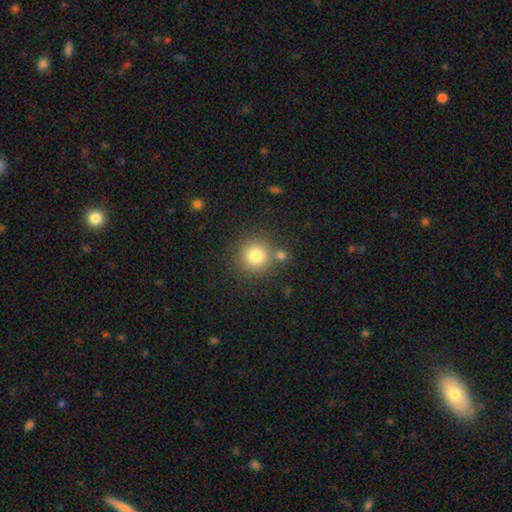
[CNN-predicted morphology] A smooth galaxy with no disk features (81%) that is round (92%).

Vote fractions:
- Smooth or featured? smooth: 81% / star or artifact: 11% / featured or disk: 8%
- How rounded? round: 92% / in between: 7% / cigar-shaped: 1%
- Merging? none: 73% / merger: 14% / minor disturbance: 10% / major disturbance: 4%